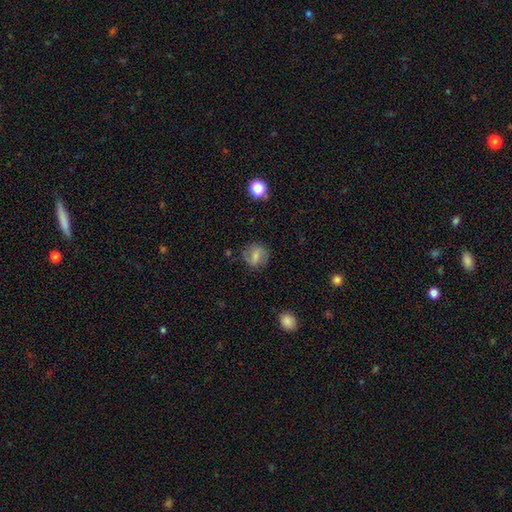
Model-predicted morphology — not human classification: type=smooth (61%); roundness=round (79%); merging=none (77%).